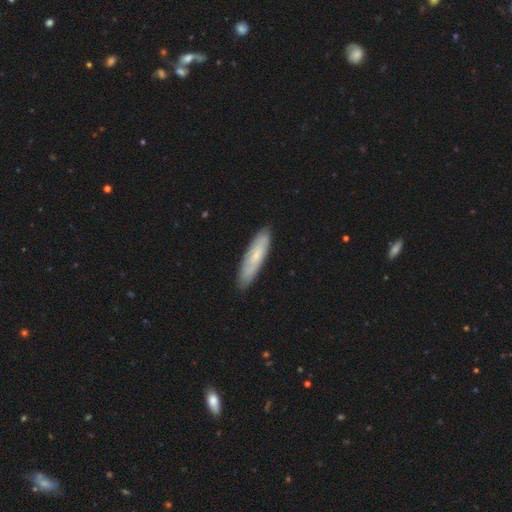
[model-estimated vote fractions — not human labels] Smooth or featured: smooth — 59% (featured or disk — 36%)
How rounded: cigar-shaped — 75% (in between — 23%)
Merging: none — 86% (minor disturbance — 11%)